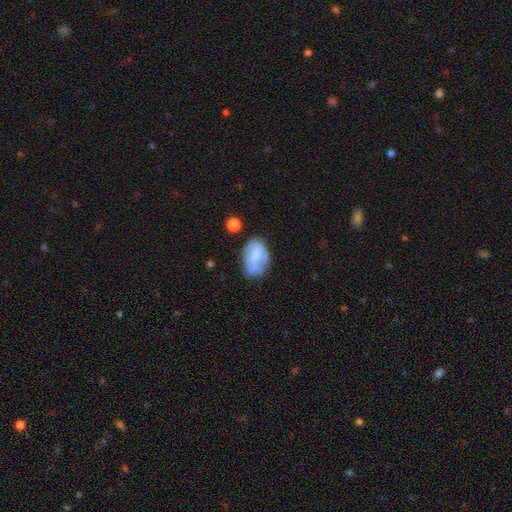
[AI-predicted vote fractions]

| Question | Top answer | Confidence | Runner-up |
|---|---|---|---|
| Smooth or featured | smooth | 51% | featured or disk (41%) |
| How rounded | in between | 84% | round (15%) |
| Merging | none | 49% | minor disturbance (29%) |